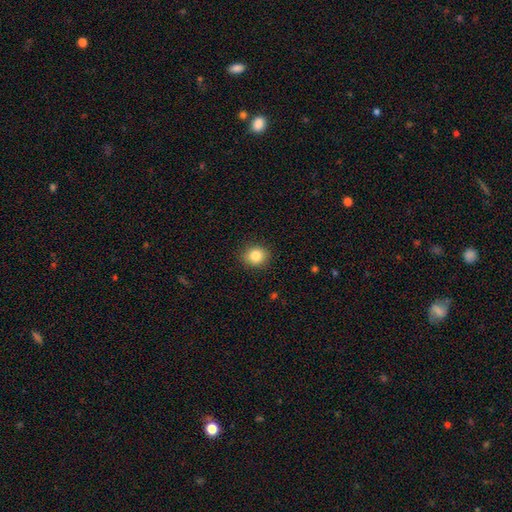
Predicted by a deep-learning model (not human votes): A smooth galaxy with no disk features (84%) that is round (70%). Merging: none (89%).